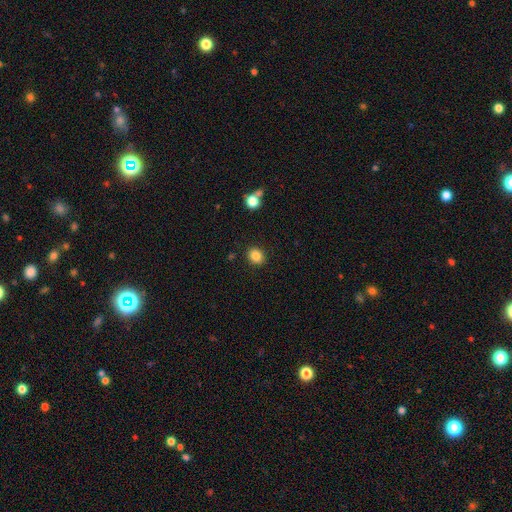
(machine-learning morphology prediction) Smooth or featured? smooth (85%)
How rounded? round (63%)
Merging? none (89%)